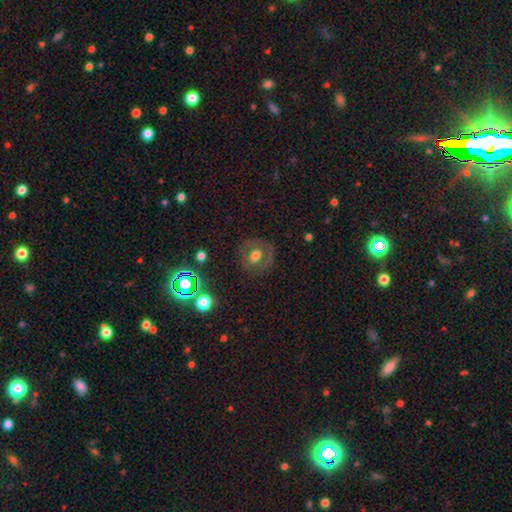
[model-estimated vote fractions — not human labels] A smooth galaxy with no disk features (51%) that is round (73%).

Vote fractions:
- Smooth or featured? smooth: 51% / featured or disk: 36% / star or artifact: 13%
- How rounded? round: 73% / in between: 26% / cigar-shaped: 1%
- Merging? none: 79% / minor disturbance: 13% / major disturbance: 7% / merger: 1%